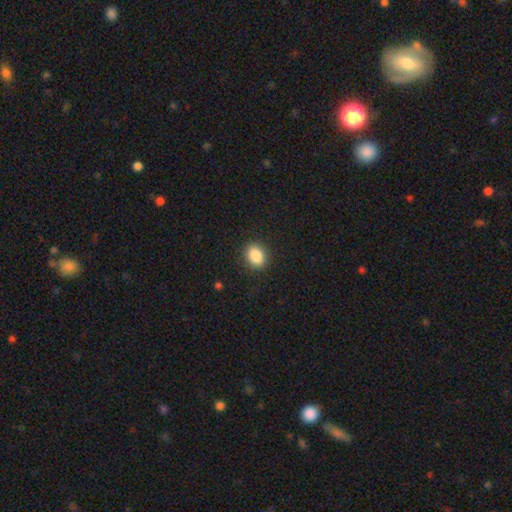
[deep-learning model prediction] This appears to be a smooth galaxy with no disk features (87%) that is in between round and cigar-shaped (57%). Merging: none (89%).